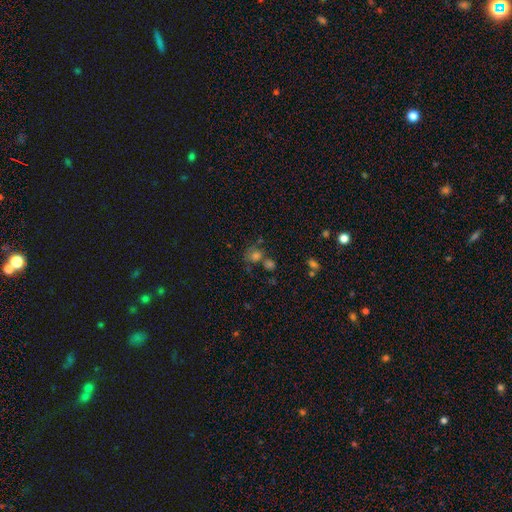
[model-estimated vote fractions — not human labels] Smooth or featured? Predicted: smooth (p=0.61). How rounded? Predicted: round (p=0.75). Merging? Predicted: none (p=0.52).